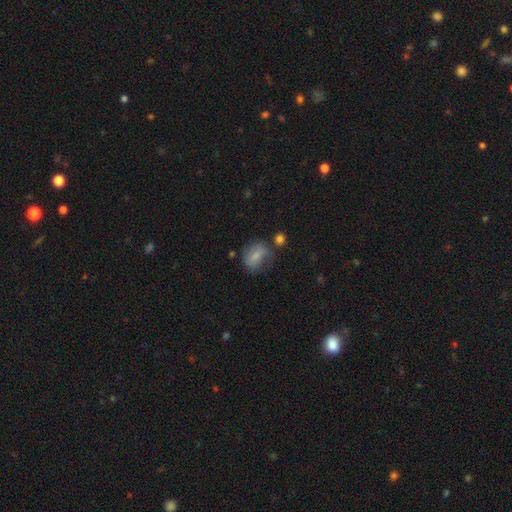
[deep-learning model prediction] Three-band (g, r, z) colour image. It shows a smooth galaxy with no disk features (70%) that is in between round and cigar-shaped (62%). Merging: none (55%).